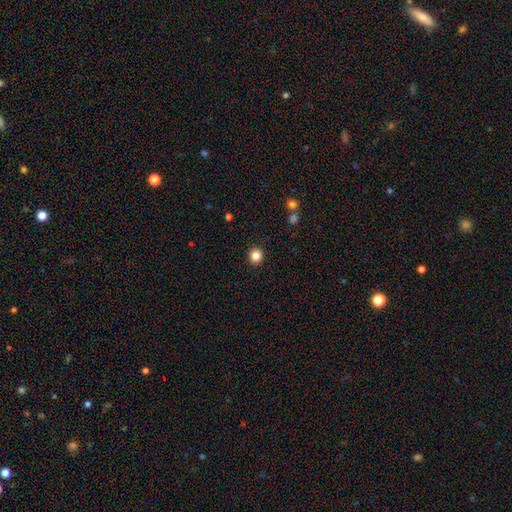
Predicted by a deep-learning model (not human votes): A smooth galaxy with no disk features (85%) that is round (91%). Merging: none (92%).